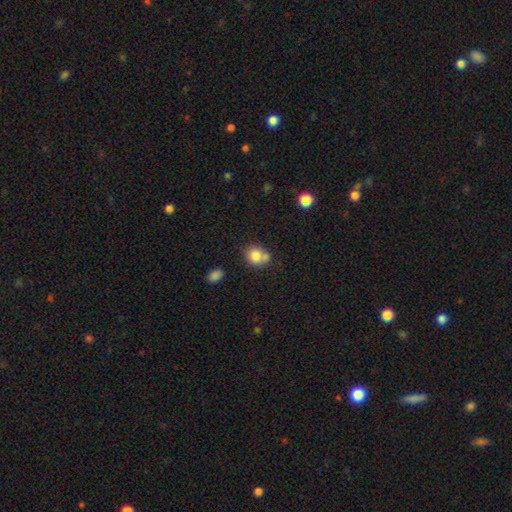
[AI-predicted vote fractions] Overall: smooth (80%). How rounded: round (76%). Merging: none (53%; merger 27%).